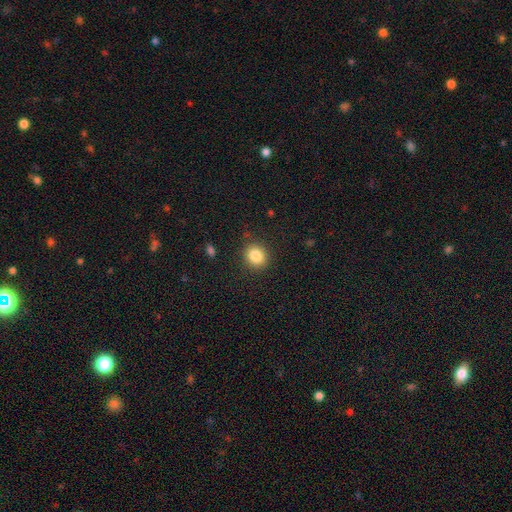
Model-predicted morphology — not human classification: Q: Smooth or featured?
A: smooth (84%); runner-up: star or artifact (10%)
Q: How rounded?
A: round (76%); runner-up: in between (23%)
Q: Merging?
A: none (88%); runner-up: minor disturbance (8%)